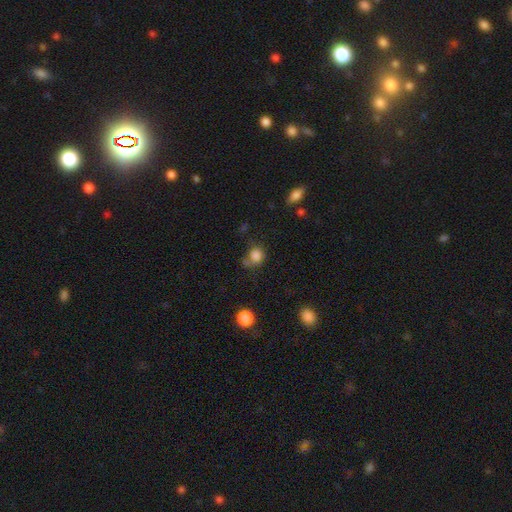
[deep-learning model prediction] Smooth or featured?
  - smooth: 82% *
  - star or artifact: 12%
  - featured or disk: 6%
How rounded?
  - round: 76% *
  - in between: 23%
  - cigar-shaped: 1%
Merging?
  - none: 55% *
  - minor disturbance: 21%
  - merger: 15%
  - major disturbance: 10%